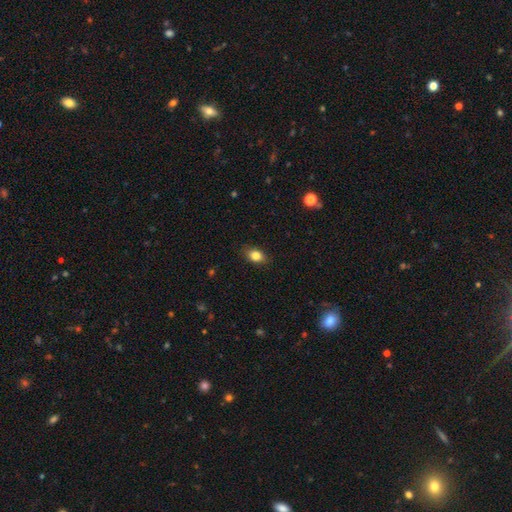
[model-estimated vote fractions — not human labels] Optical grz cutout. It shows a smooth galaxy with no disk features (84%) that is in between round and cigar-shaped (77%). Merging: none (85%).